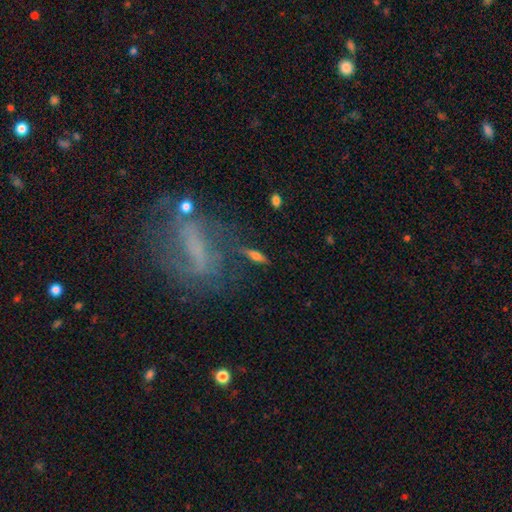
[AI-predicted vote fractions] This appears to be a smooth galaxy with no disk features (56%) that is cigar-shaped (53%). Merging: none (72%).